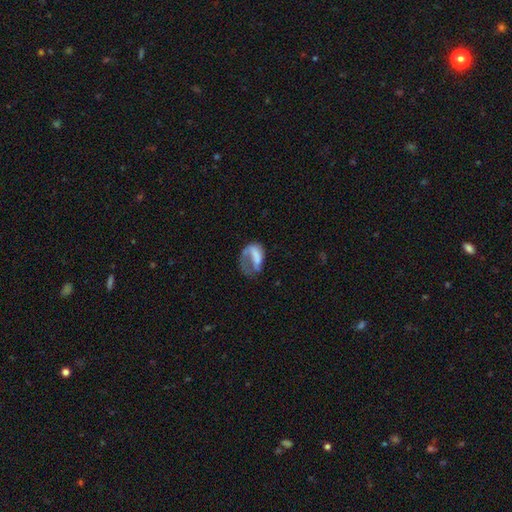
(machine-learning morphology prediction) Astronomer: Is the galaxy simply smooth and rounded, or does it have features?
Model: featured or disk — 47% (runner-up: smooth, 44%).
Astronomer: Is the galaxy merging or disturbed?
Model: major disturbance — 55%.